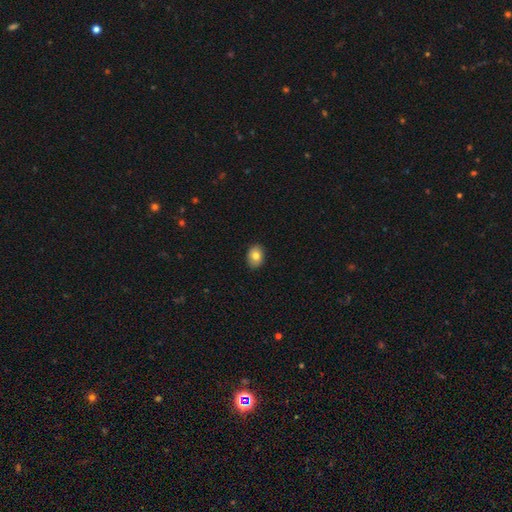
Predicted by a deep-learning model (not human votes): Overall: smooth (79%). How rounded: in between (64%; round 35%). Merging: none (88%).